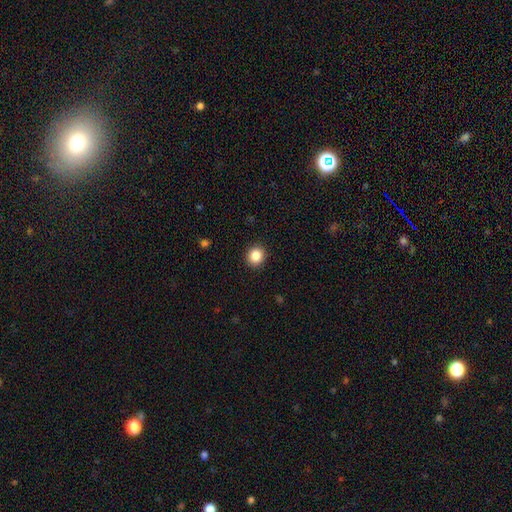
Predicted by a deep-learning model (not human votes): Morphology: type=smooth (86%); roundness=round (83%); merging=none (92%).